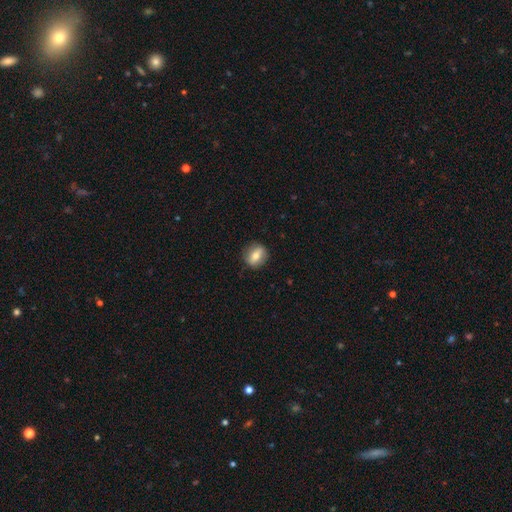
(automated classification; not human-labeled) smooth_or_featured: smooth (p=0.63) [alt: featured or disk p=0.29]
how_rounded: round (p=0.63) [alt: in between p=0.34]
merging: none (p=0.86) [alt: minor disturbance p=0.10]